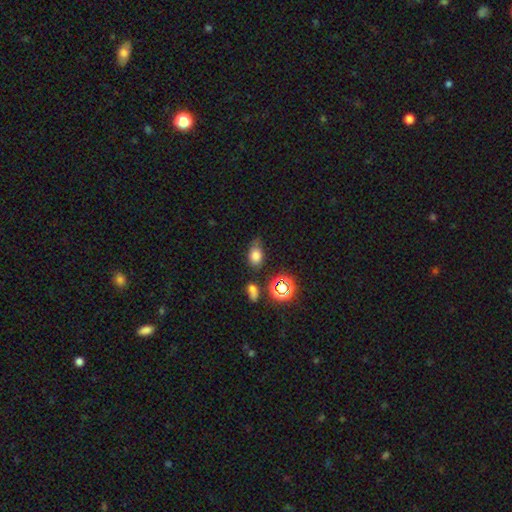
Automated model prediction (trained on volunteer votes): smooth_or_featured: smooth (p=0.74) [alt: star or artifact p=0.17]
how_rounded: in between (p=0.76) [alt: round p=0.22]
merging: none (p=0.60) [alt: minor disturbance p=0.26]